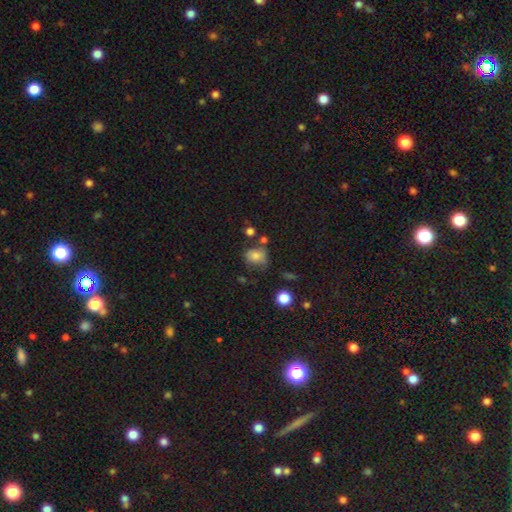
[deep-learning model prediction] Morphology: type=smooth (76%); roundness=round (54%); merging=none (52%).